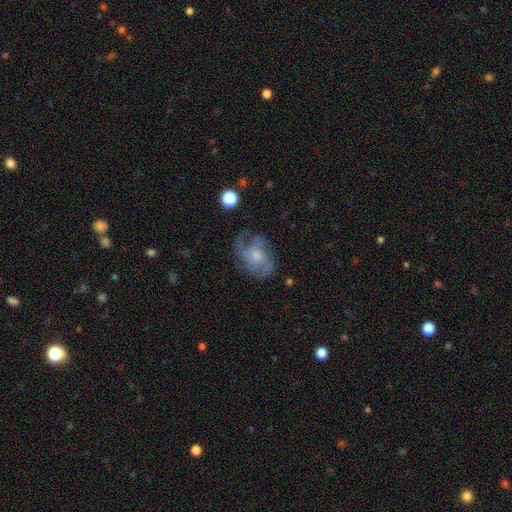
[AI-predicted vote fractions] smooth_or_featured: featured or disk (p=0.63) [alt: smooth p=0.28]
disk_edge_on: no (p=0.96) [alt: yes p=0.04]
bar: no (p=0.76) [alt: weak p=0.21]
has_spiral_arms: yes (p=0.74) [alt: no p=0.26]
bulge_size: moderate (p=0.52) [alt: small p=0.32]
merging: none (p=0.55) [alt: minor disturbance p=0.23]